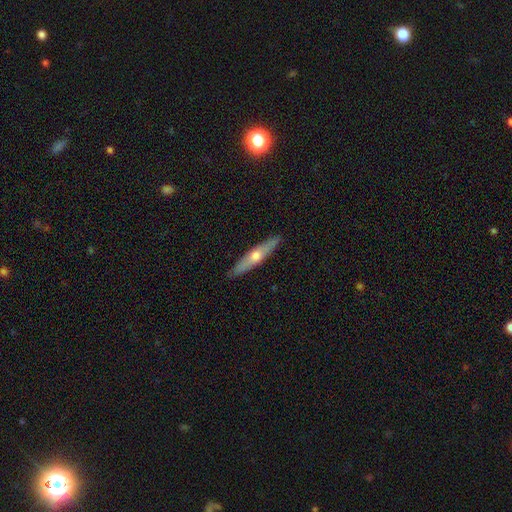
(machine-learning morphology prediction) A featured or disk galaxy (56%) viewed edge-on (90%) with a rounded central bulge (88%). Merging: none (91%).